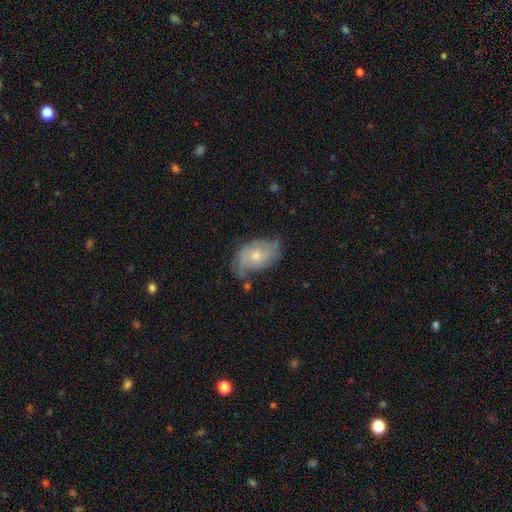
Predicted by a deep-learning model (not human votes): A featured or disk galaxy (67%) with no bar (74%), 2 (62%) medium (40%) spiral arms (85%) and a small central bulge (50%).

Vote fractions:
- Smooth or featured? featured or disk: 67% / smooth: 27% / star or artifact: 7%
- Edge-on disk? no: 96% / yes: 4%
- Bar? no: 74% / weak: 23% / strong: 3%
- Spiral arms? yes: 85% / no: 15%
- Spiral winding? medium: 40% / tight: 35% / loose: 24%
- Spiral arm count? 2: 62% / can't tell: 22% / 3: 6% / 1: 6% / 4: 2% / more than 4: 2%
- Bulge size? small: 50% / moderate: 44% / large: 3% / none: 3% / dominant: 1%
- Merging? none: 52% / minor disturbance: 30% / major disturbance: 15% / merger: 3%